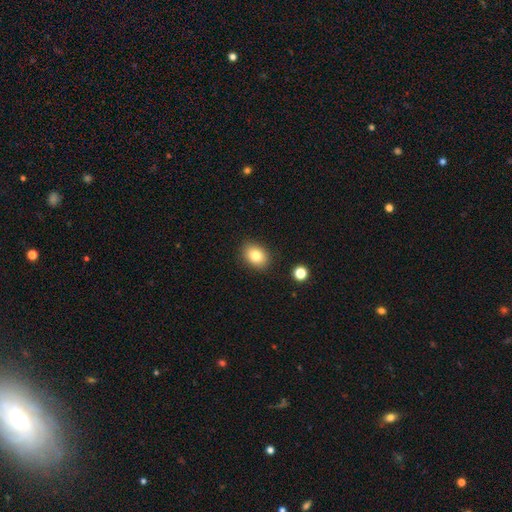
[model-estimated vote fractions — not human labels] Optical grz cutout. It shows a smooth galaxy with no disk features (82%) that is in between round and cigar-shaped (67%). Merging: none (87%).